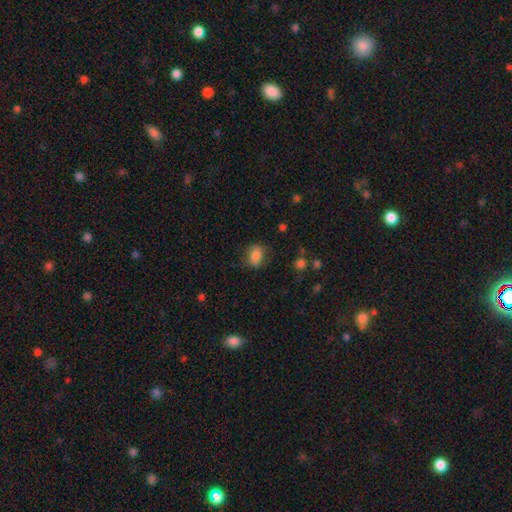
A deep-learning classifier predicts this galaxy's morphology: A smooth galaxy with no disk features (80%) that is in between round and cigar-shaped (65%).

Vote fractions:
- Smooth or featured? smooth: 80% / featured or disk: 11% / star or artifact: 9%
- How rounded? in between: 65% / round: 33% / cigar-shaped: 2%
- Merging? none: 73% / minor disturbance: 19% / major disturbance: 6% / merger: 1%